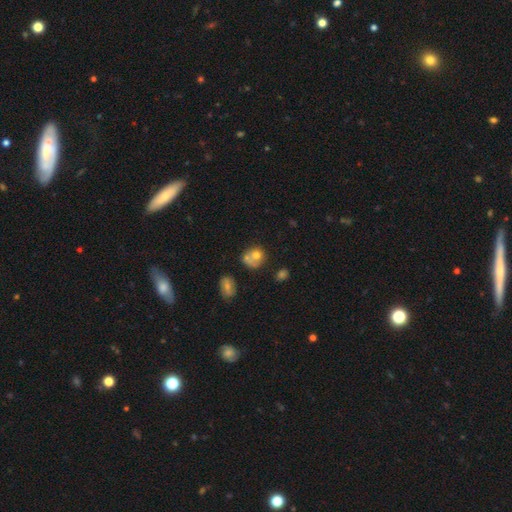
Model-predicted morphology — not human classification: Q: Smooth or featured?
A: smooth (67%); runner-up: featured or disk (21%)
Q: How rounded?
A: round (72%); runner-up: in between (27%)
Q: Merging?
A: none (39%); runner-up: merger (34%)